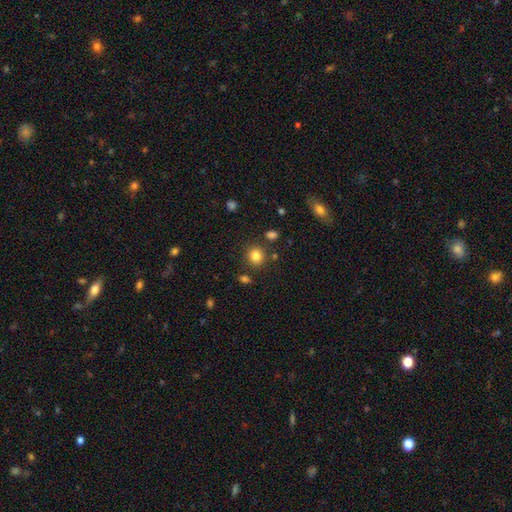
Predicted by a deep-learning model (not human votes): A smooth galaxy with no disk features (83%) that is round (83%). Merging: none (84%).